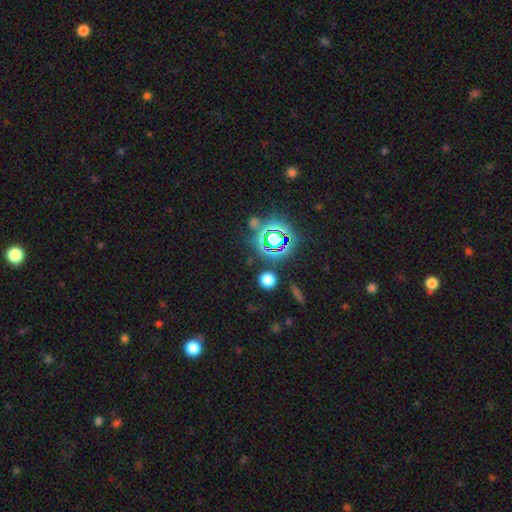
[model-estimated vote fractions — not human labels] Overall: star or artifact (73%).